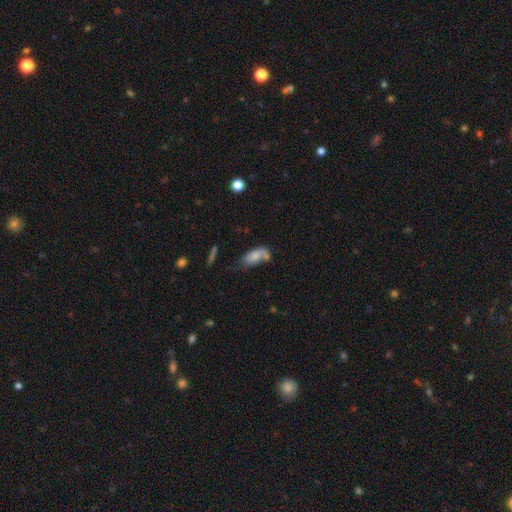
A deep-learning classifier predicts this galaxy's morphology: Smooth or featured?
  - smooth: 71% *
  - featured or disk: 19%
  - star or artifact: 9%
How rounded?
  - in between: 87% *
  - cigar-shaped: 8%
  - round: 5%
Merging?
  - none: 35% *
  - merger: 25%
  - minor disturbance: 22%
  - major disturbance: 19%